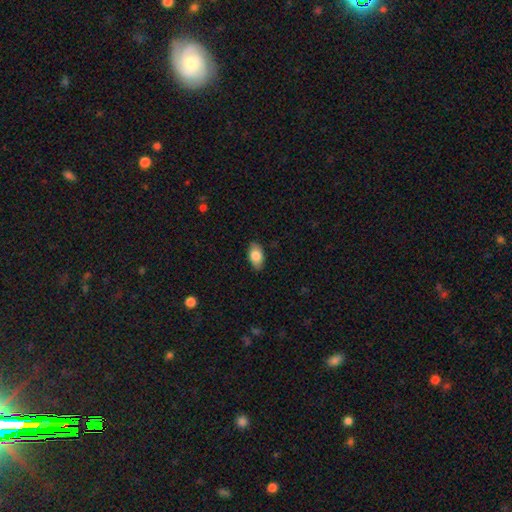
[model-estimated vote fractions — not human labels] This is clearly a smooth galaxy (83%). How rounded: clearly in between (92%). Merging: clearly none (85%).